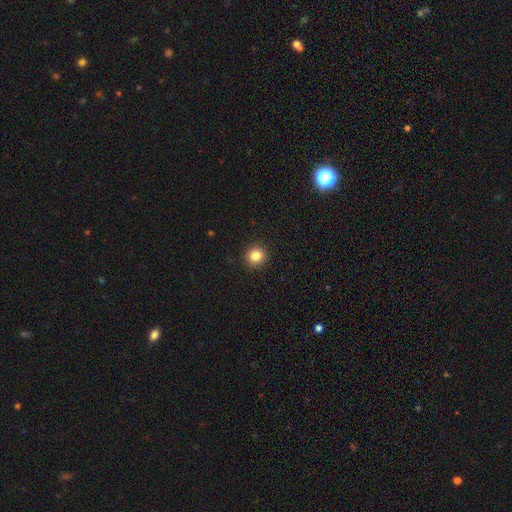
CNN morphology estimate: A smooth galaxy with no disk features (84%) that is round (92%). Merging: none (92%).